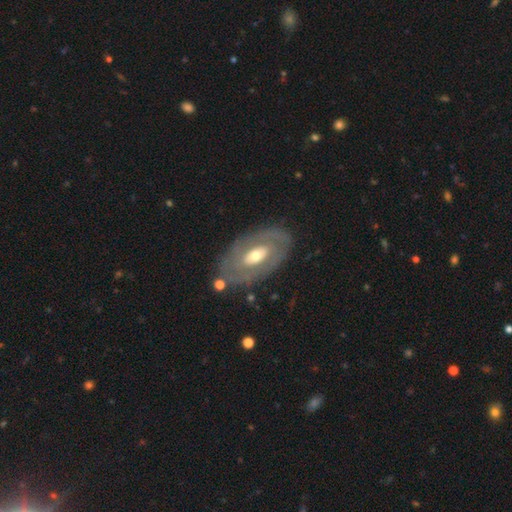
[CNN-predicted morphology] This appears to be a featured or disk galaxy (68%) with no bar (63%), no spiral arms (61%) and a moderate central bulge (61%). Merging: none (77%).